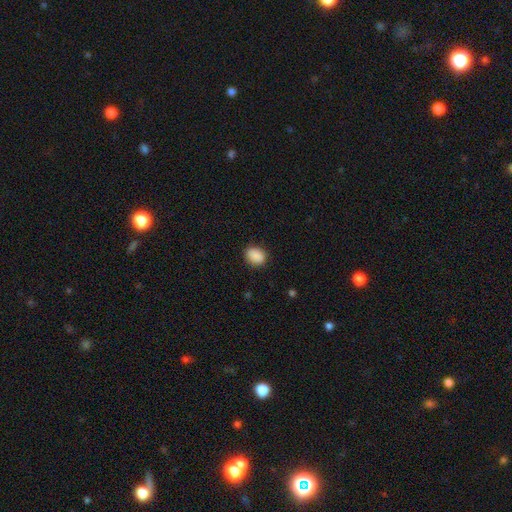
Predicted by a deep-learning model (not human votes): Smooth or featured? Predicted: smooth (p=0.89). How rounded? Predicted: in between (p=0.58). Merging? Predicted: none (p=0.84).